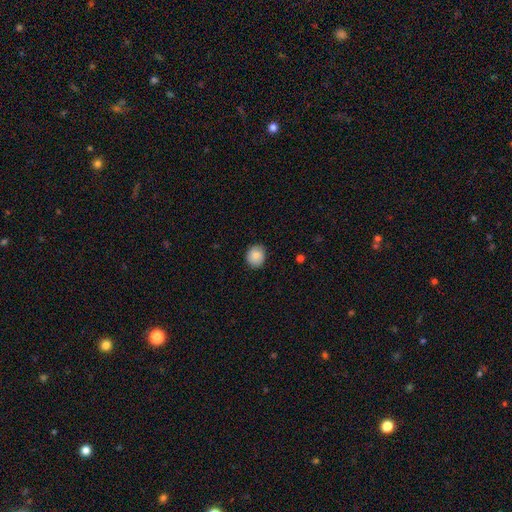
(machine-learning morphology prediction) Q: Smooth or featured?
A: smooth (85%); runner-up: star or artifact (8%)
Q: How rounded?
A: round (75%); runner-up: in between (24%)
Q: Merging?
A: none (85%); runner-up: minor disturbance (11%)